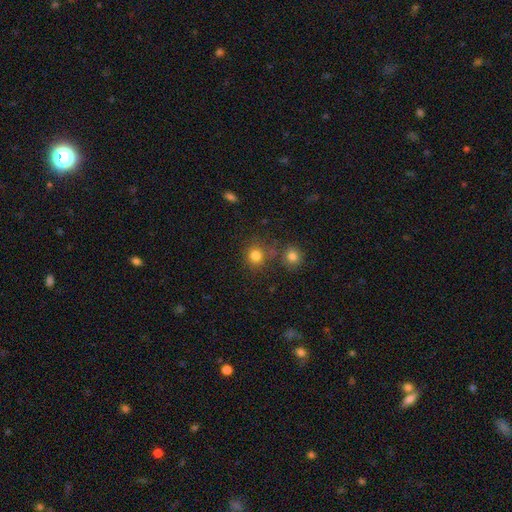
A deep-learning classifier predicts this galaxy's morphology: A smooth galaxy with no disk features (81%) that is round (85%). Merging: none (70%).